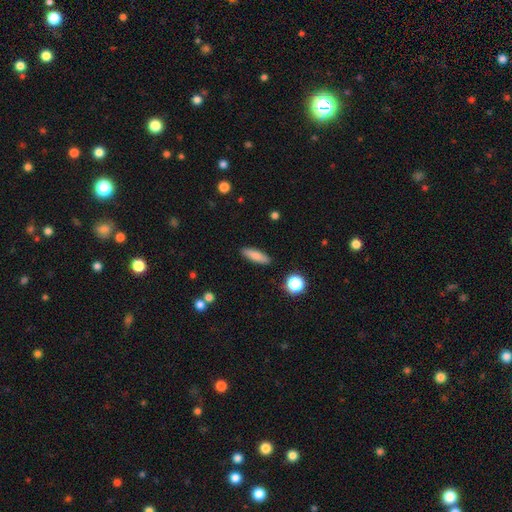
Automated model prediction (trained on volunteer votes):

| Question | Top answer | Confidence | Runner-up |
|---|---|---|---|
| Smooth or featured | smooth | 80% | featured or disk (12%) |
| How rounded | cigar-shaped | 57% | in between (40%) |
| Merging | none | 89% | minor disturbance (7%) |